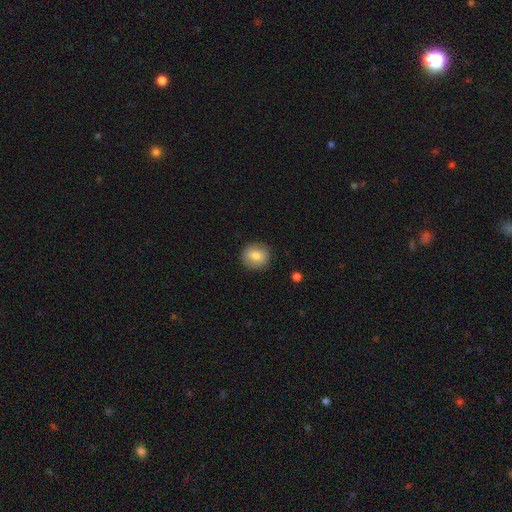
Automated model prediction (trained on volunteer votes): smooth-or-featured: smooth: 81% | featured or disk: 11% | star or artifact: 8%
  how-rounded: round: 85% | in between: 14% | cigar-shaped: 1%
  merging: none: 88% | minor disturbance: 8% | major disturbance: 2% | merger: 1%